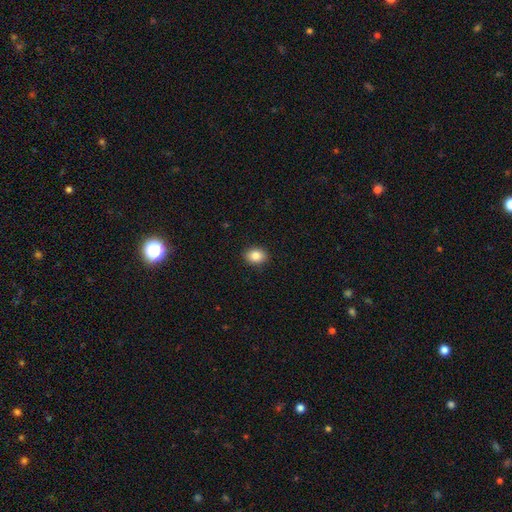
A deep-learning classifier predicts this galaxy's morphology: This appears to be a smooth galaxy with no disk features (86%) that is in between round and cigar-shaped (59%). Merging: none (91%).